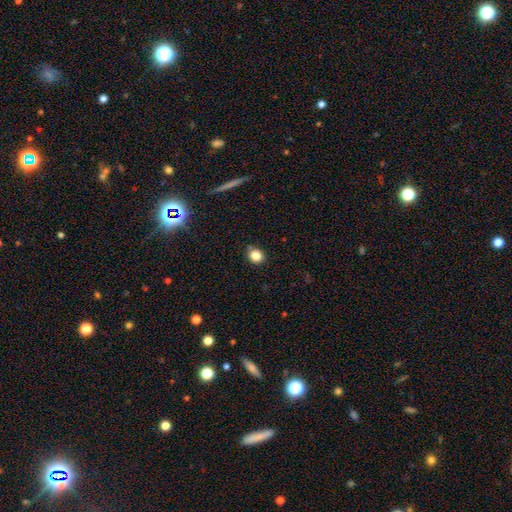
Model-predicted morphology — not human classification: Smooth or featured: smooth — 84% (star or artifact — 11%)
How rounded: round — 74% (in between — 25%)
Merging: none — 83% (minor disturbance — 12%)